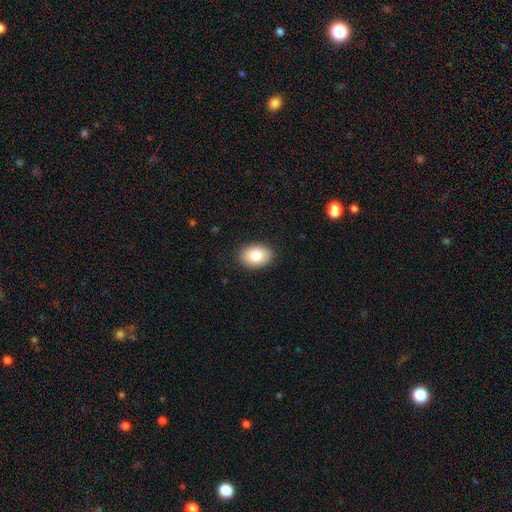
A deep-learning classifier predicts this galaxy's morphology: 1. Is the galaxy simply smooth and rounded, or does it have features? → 84% smooth, 9% featured or disk, 7% star or artifact.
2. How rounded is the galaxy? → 80% in between, 19% round, 1% cigar-shaped.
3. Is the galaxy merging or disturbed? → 89% none, 8% minor disturbance, 2% major disturbance, 1% merger.